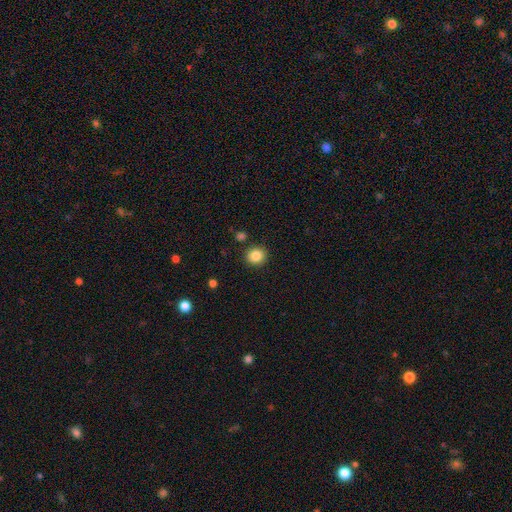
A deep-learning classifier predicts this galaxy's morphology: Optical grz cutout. It shows a smooth galaxy with no disk features (86%) that is round (89%). Merging: none (89%).